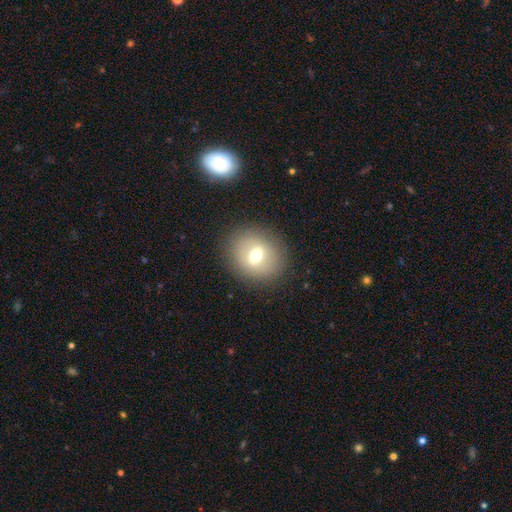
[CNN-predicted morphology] Smooth or featured?
  - smooth: 55% *
  - featured or disk: 34%
  - star or artifact: 11%
How rounded?
  - round: 72% *
  - in between: 27%
  - cigar-shaped: 1%
Merging?
  - none: 85% *
  - minor disturbance: 9%
  - major disturbance: 4%
  - merger: 1%